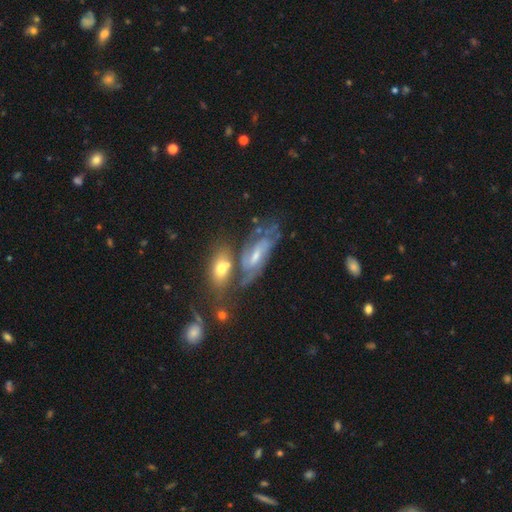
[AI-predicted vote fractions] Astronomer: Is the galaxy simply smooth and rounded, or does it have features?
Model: featured or disk — 79%.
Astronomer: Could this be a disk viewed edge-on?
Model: no — 91%.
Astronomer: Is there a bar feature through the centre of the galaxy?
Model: weak — 48% (runner-up: no, 34%).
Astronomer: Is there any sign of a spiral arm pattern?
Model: yes — 93%.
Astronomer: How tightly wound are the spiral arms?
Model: medium — 45% (runner-up: tight, 41%).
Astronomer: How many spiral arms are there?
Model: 2 — 55%.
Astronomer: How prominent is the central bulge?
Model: small — 51% (runner-up: moderate, 41%).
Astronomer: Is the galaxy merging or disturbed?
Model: none — 46% (runner-up: merger, 28%).